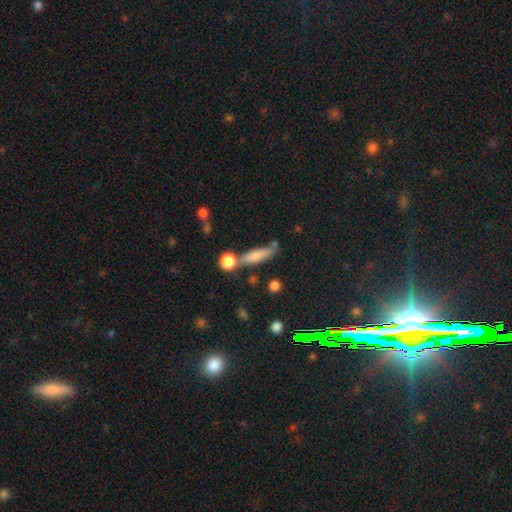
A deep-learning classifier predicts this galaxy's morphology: Smooth or featured? Predicted: smooth (p=0.68). How rounded? Predicted: cigar-shaped (p=0.72). Merging? Predicted: none (p=0.61).